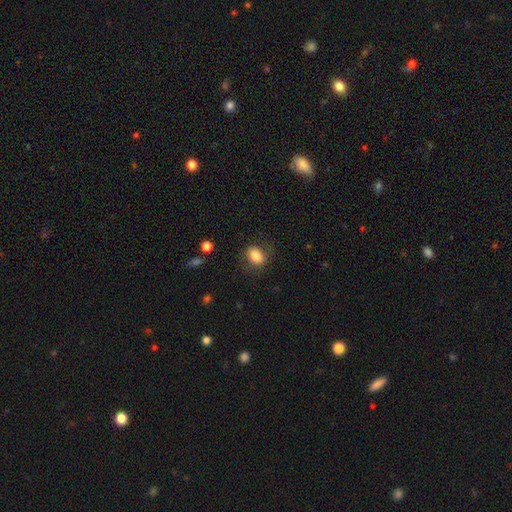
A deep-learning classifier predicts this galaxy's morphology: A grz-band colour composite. It shows a smooth galaxy with no disk features (80%) that is in between round and cigar-shaped (72%). Merging: none (73%).